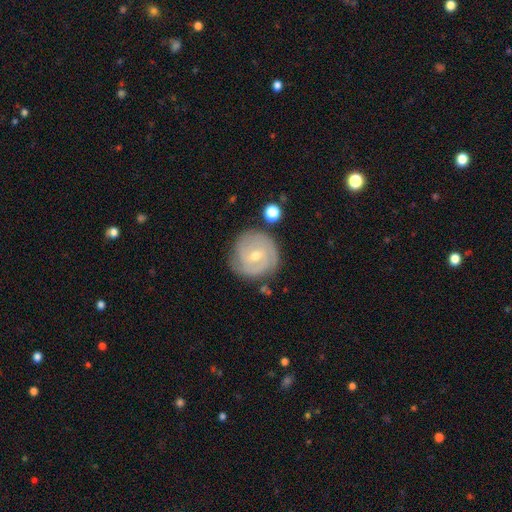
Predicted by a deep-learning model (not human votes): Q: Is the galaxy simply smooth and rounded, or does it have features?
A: featured or disk — 76%.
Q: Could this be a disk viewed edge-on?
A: no — 97%.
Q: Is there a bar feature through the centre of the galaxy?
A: no — 47%.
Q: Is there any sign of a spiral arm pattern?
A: yes — 91%.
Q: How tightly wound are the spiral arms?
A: tight — 73%.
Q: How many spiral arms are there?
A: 2 — 33%.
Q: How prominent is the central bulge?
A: moderate — 53%.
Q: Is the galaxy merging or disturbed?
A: none — 77%.